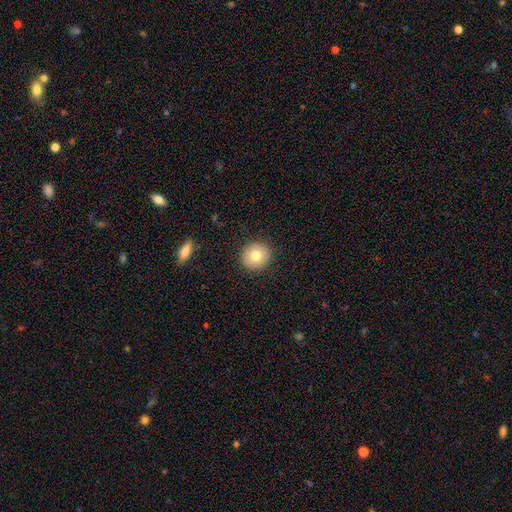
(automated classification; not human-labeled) smooth-or-featured: smooth: 76% | featured or disk: 15% | star or artifact: 10%
  how-rounded: round: 87% | in between: 12% | cigar-shaped: 1%
  merging: none: 90% | minor disturbance: 7% | major disturbance: 2% | merger: 1%